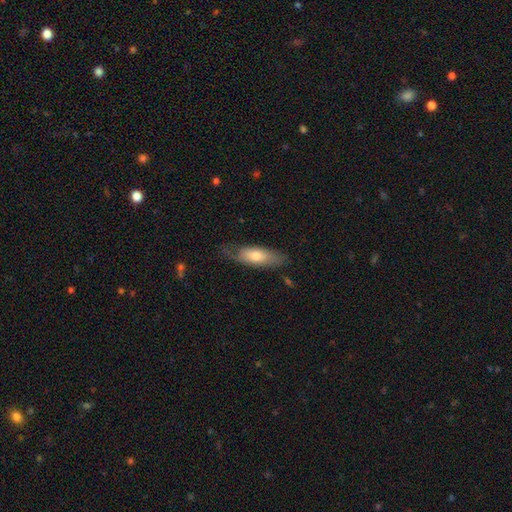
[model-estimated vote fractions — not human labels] This appears to be a smooth galaxy with no disk features (67%) that is in between round and cigar-shaped (68%). Merging: none (62%).